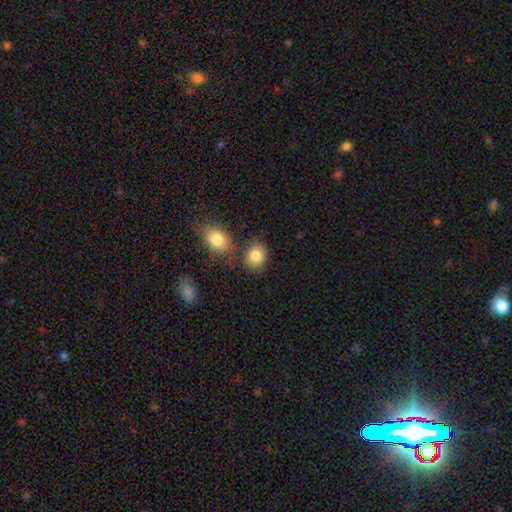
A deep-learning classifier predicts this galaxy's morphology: This is clearly a smooth galaxy (85%). How rounded: possibly round (60%). Merging: likely none (68%).